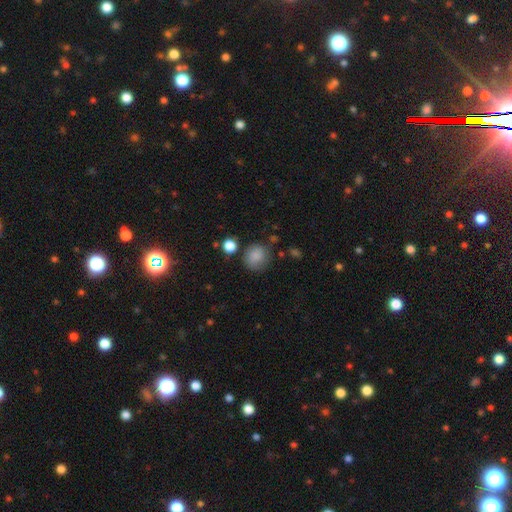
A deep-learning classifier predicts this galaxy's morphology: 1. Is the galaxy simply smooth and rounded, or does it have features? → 84% smooth, 9% star or artifact, 7% featured or disk.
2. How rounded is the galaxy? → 85% round, 14% in between, 1% cigar-shaped.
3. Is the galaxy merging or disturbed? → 72% none, 18% minor disturbance, 6% major disturbance, 5% merger.